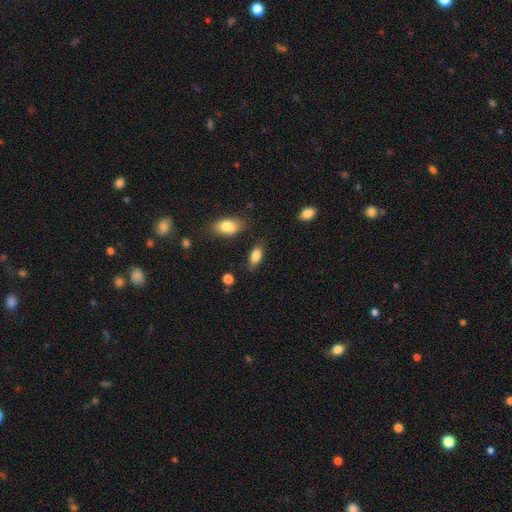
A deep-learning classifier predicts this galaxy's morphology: Smooth or featured? Predicted: smooth (p=0.83). How rounded? Predicted: in between (p=0.87). Merging? Predicted: none (p=0.74).